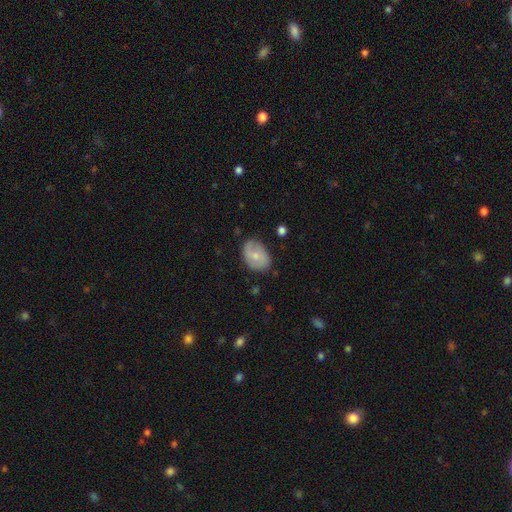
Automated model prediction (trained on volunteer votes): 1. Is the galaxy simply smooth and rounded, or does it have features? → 58% smooth, 35% featured or disk, 7% star or artifact.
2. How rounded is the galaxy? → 72% in between, 27% round, 1% cigar-shaped.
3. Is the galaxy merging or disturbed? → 67% none, 25% minor disturbance, 6% major disturbance, 2% merger.